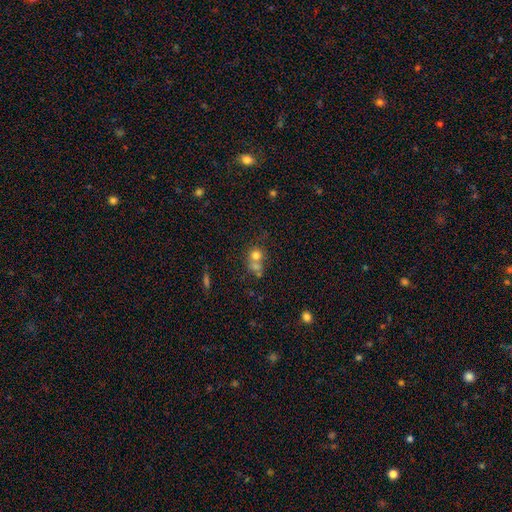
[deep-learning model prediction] smooth-or-featured: smooth: 70% | featured or disk: 15% | star or artifact: 14%
  how-rounded: round: 80% | in between: 19% | cigar-shaped: 1%
  merging: merger: 50% | none: 36% | minor disturbance: 9% | major disturbance: 5%